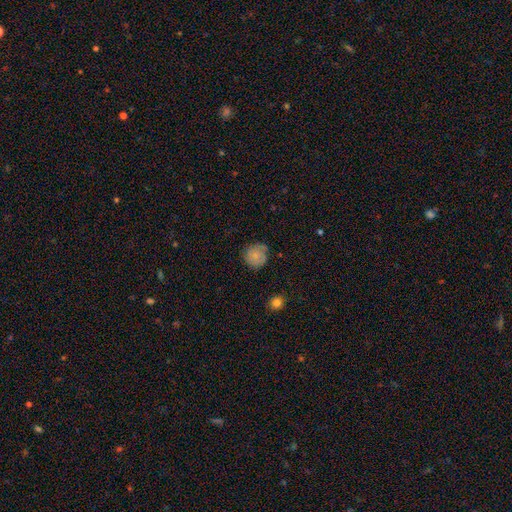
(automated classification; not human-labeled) This appears to be a smooth galaxy with no disk features (70%) that is round (89%). Merging: none (73%).